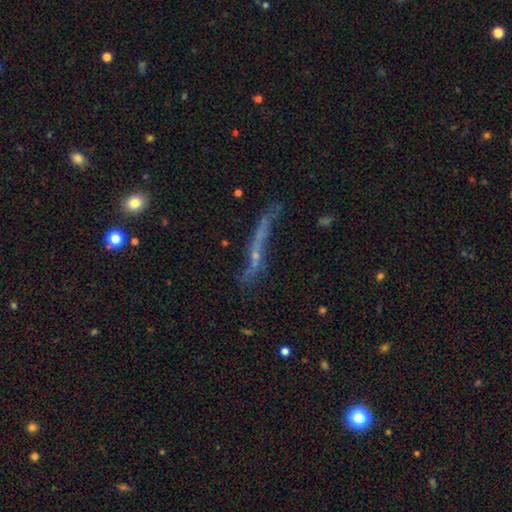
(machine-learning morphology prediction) Q: Smooth or featured?
A: featured or disk (62%); runner-up: smooth (25%)
Q: Edge-on disk?
A: yes (59%); runner-up: no (41%)
Q: Merging?
A: none (46%); runner-up: minor disturbance (23%)